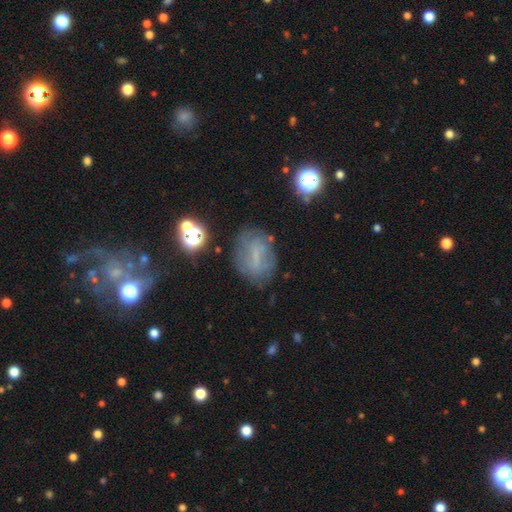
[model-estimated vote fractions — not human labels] Smooth or featured? featured or disk (41%, tied with smooth)
Merging? none (70%)